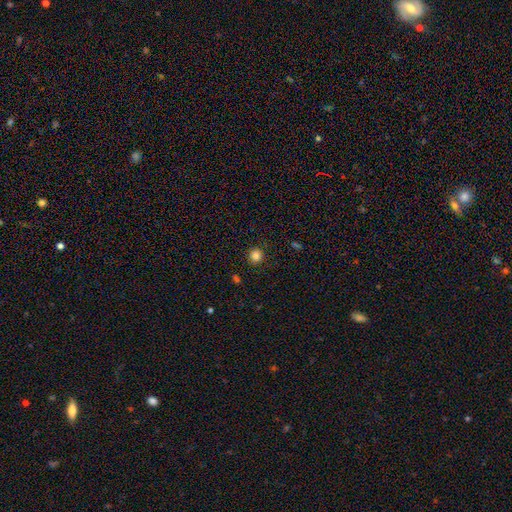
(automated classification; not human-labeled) Smooth or featured? smooth (84%)
How rounded? round (92%)
Merging? none (90%)